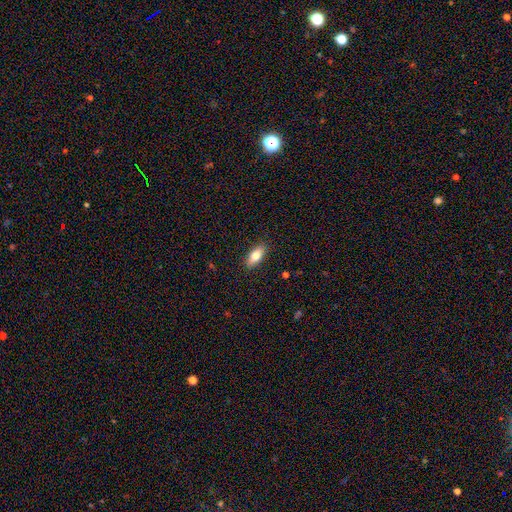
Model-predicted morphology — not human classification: This appears to be a smooth galaxy with no disk features (74%) that is in between round and cigar-shaped (79%). Merging: none (89%).